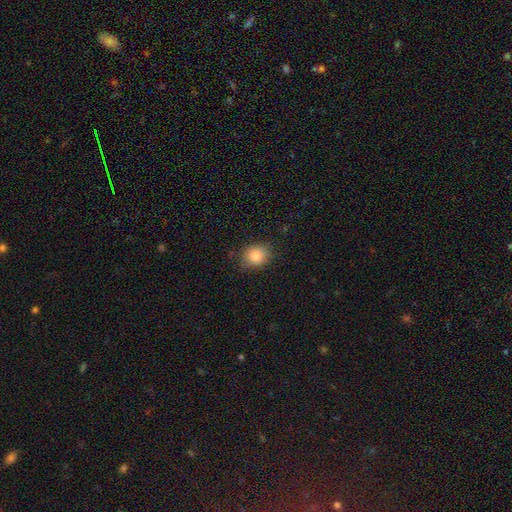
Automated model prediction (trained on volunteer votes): Smooth or featured? Predicted: smooth (p=0.84). How rounded? Predicted: round (p=0.52). Merging? Predicted: none (p=0.81).